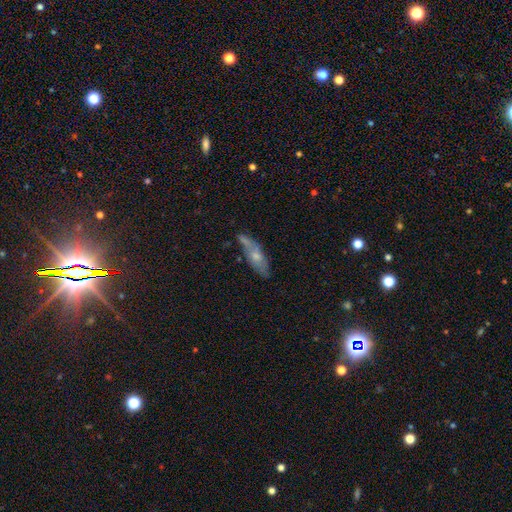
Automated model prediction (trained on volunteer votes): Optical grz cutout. It shows a smooth galaxy with no disk features (49%). Merging: none (54%).